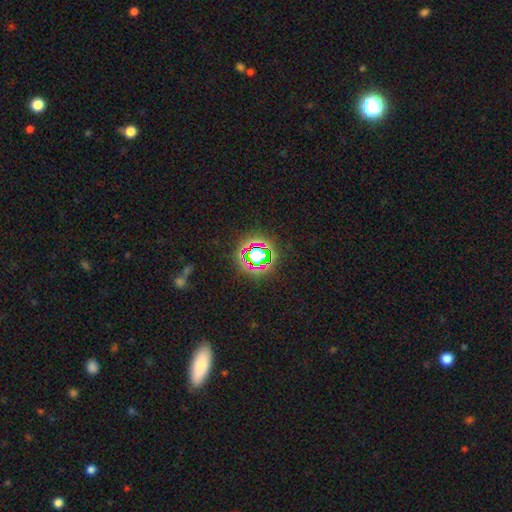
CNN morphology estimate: This is likely a star or artifact rather than a galaxy (64%).